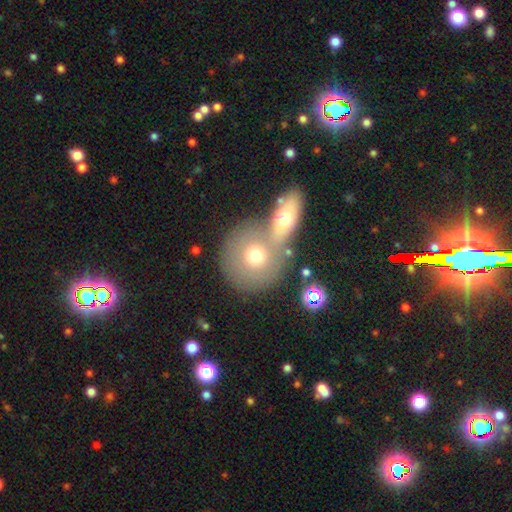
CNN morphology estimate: This is likely a smooth galaxy (67%). How rounded: clearly round (86%). Merging: marginally none (44%, tied with merger).